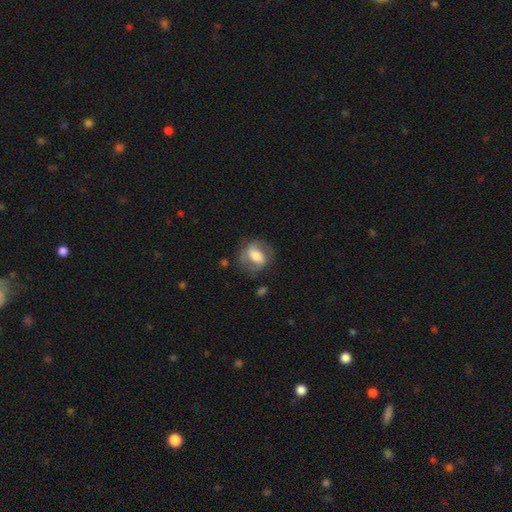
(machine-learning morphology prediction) Q: Smooth or featured?
A: featured or disk (59%); runner-up: smooth (34%)
Q: Edge-on disk?
A: no (95%); runner-up: yes (5%)
Q: Bar?
A: strong (41%); runner-up: weak (37%)
Q: Spiral arms?
A: yes (76%); runner-up: no (24%)
Q: Bulge size?
A: moderate (44%); runner-up: large (31%)
Q: Merging?
A: none (65%); runner-up: minor disturbance (20%)